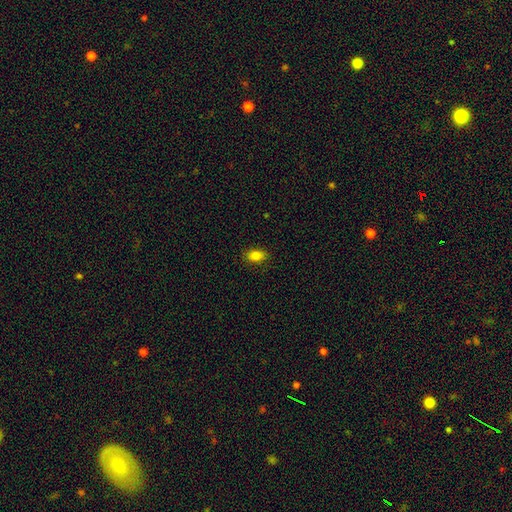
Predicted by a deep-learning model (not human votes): Smooth or featured?
  - smooth: 83% *
  - star or artifact: 10%
  - featured or disk: 6%
How rounded?
  - in between: 84% *
  - round: 13%
  - cigar-shaped: 2%
Merging?
  - none: 86% *
  - minor disturbance: 10%
  - major disturbance: 2%
  - merger: 1%